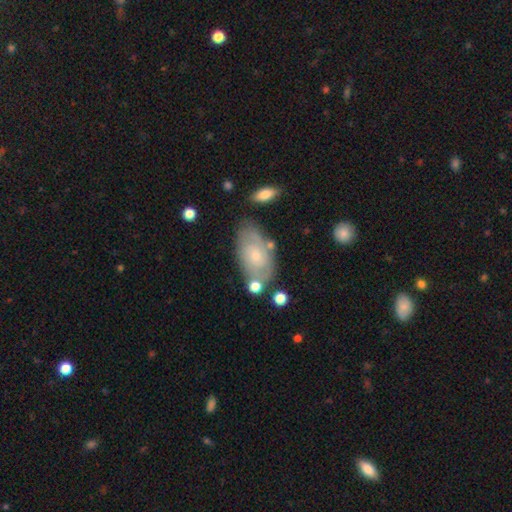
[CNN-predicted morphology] Smooth or featured? Predicted: featured or disk (p=0.48). Merging? Predicted: none (p=0.64).